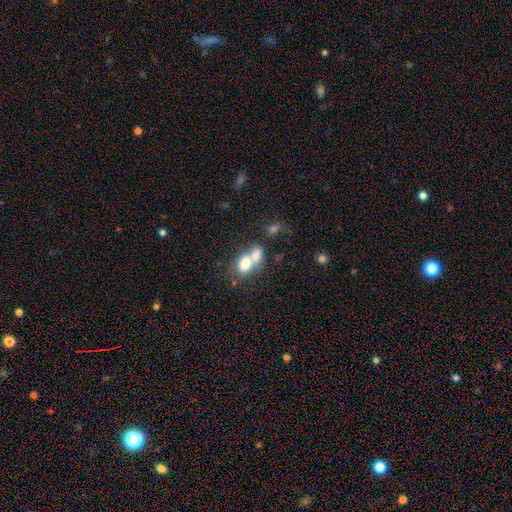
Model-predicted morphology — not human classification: Smooth or featured: smooth — 73% (featured or disk — 18%)
How rounded: in between — 67% (round — 31%)
Merging: merger — 70% (none — 19%)